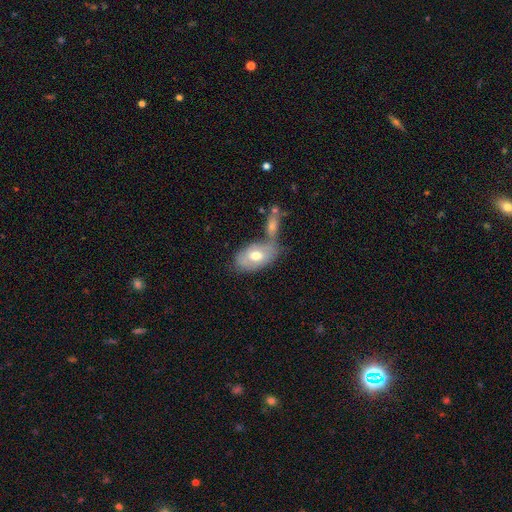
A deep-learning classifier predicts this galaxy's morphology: This is likely a smooth galaxy (61%). How rounded: clearly in between (91%). Merging: marginally none (42%).